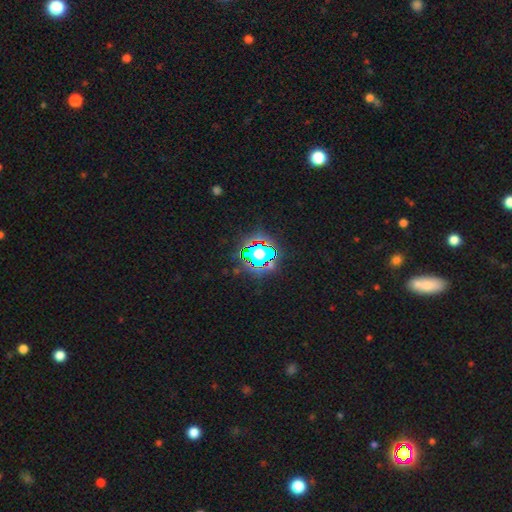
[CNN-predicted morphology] Smooth or featured? Predicted: star or artifact (p=0.77).